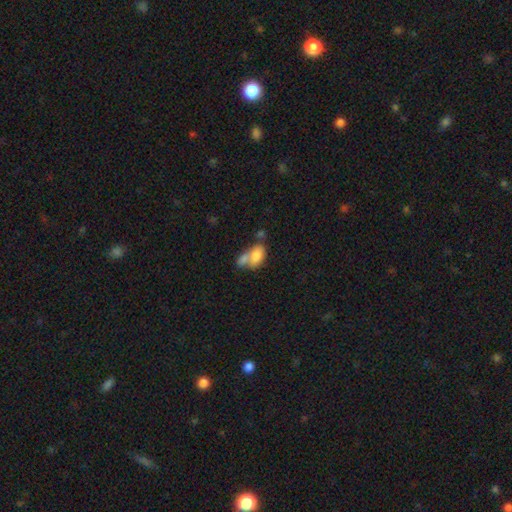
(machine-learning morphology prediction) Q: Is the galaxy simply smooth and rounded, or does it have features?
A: smooth — 77%.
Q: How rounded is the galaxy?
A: in between — 89%.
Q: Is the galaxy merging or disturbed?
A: merger — 60%.